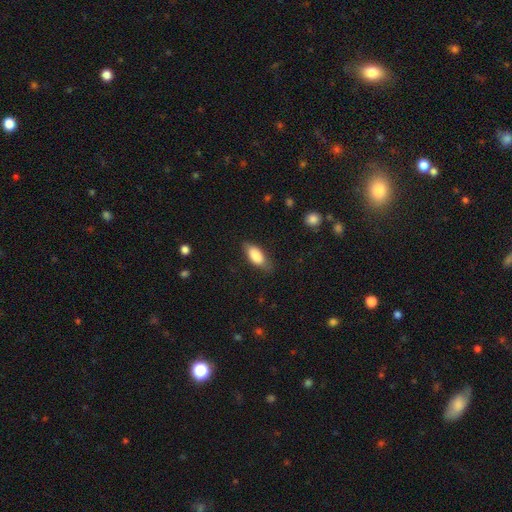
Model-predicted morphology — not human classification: This is clearly a smooth galaxy (84%). How rounded: clearly in between (85%). Merging: likely none (75%).